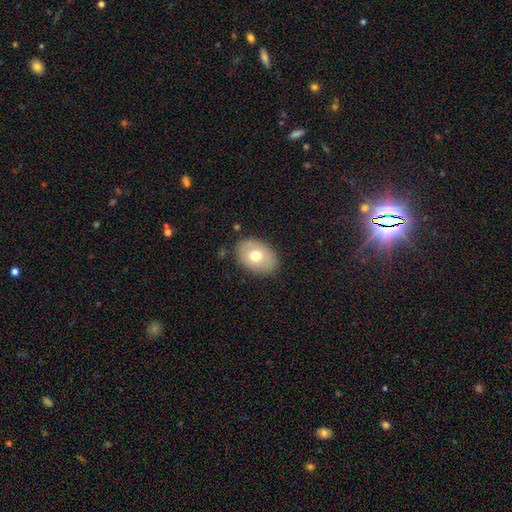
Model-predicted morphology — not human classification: This appears to be a smooth galaxy with no disk features (70%) that is in between round and cigar-shaped (79%). Merging: none (83%).